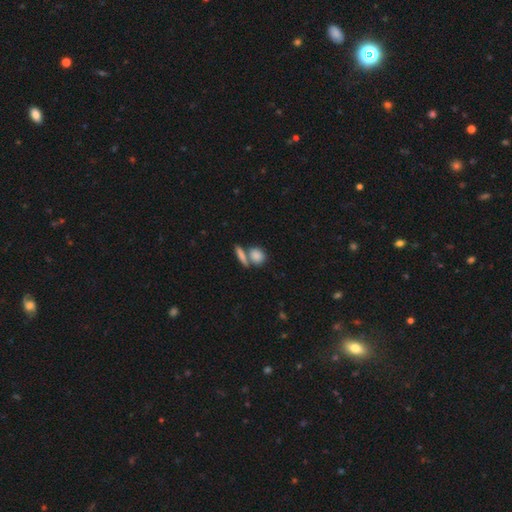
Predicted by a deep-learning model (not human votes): Q: Smooth or featured?
A: smooth (83%); runner-up: featured or disk (9%)
Q: How rounded?
A: round (52%); runner-up: in between (38%)
Q: Merging?
A: none (53%); runner-up: merger (35%)